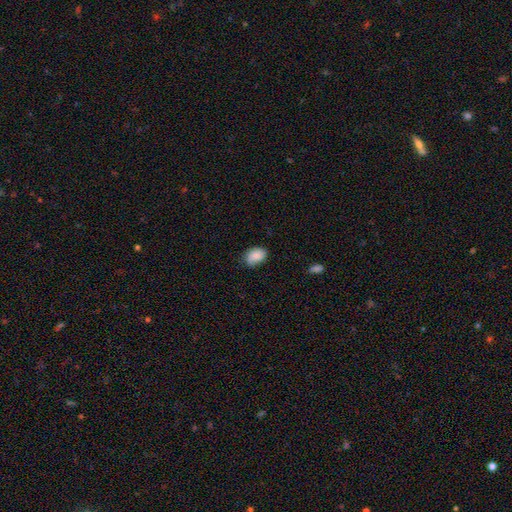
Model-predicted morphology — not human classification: smooth 77%, featured or disk 16%, star or artifact 8%. Down the decision tree: how rounded — in between (74%); merging — none (64%).